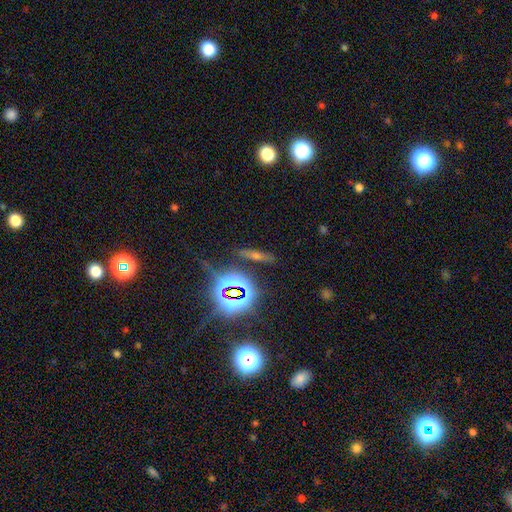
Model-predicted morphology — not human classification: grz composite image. It shows a star or artifact, not a galaxy (41%).